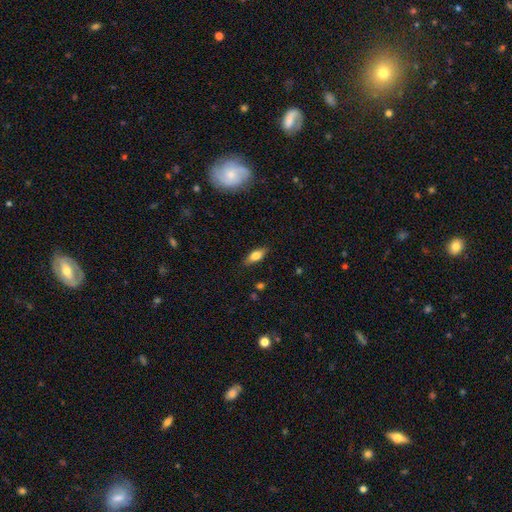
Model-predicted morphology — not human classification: Q: Smooth or featured?
A: smooth (77%); runner-up: featured or disk (16%)
Q: How rounded?
A: in between (80%); runner-up: cigar-shaped (17%)
Q: Merging?
A: none (85%); runner-up: minor disturbance (11%)